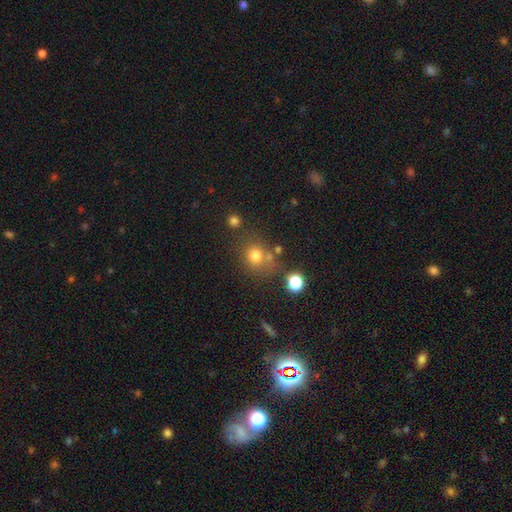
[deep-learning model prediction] Smooth or featured?
  - smooth: 74% *
  - star or artifact: 17%
  - featured or disk: 9%
How rounded?
  - round: 79% *
  - in between: 20%
  - cigar-shaped: 1%
Merging?
  - none: 64% *
  - minor disturbance: 15%
  - merger: 14%
  - major disturbance: 7%